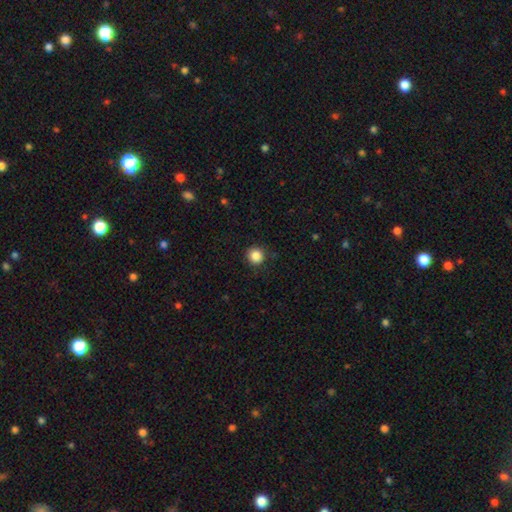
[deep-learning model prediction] Overall: smooth (86%). How rounded: round (93%). Merging: none (88%).